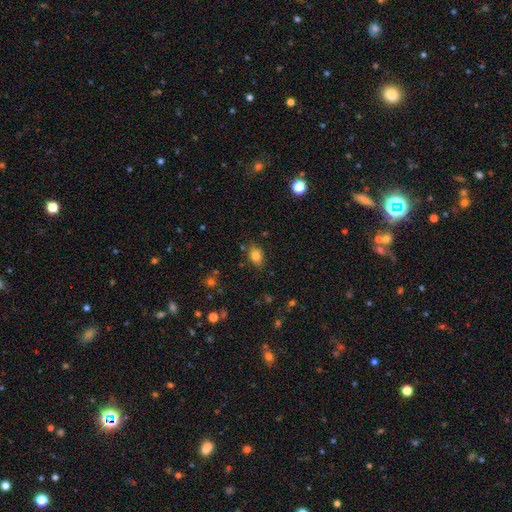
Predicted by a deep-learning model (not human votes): Smooth or featured? smooth (81%)
How rounded? in between (73%)
Merging? none (80%)